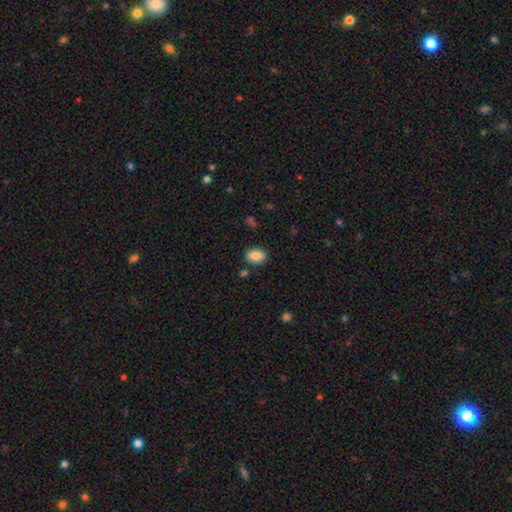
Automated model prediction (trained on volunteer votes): This appears to be a smooth galaxy with no disk features (87%) that is in between round and cigar-shaped (78%). Merging: none (84%).